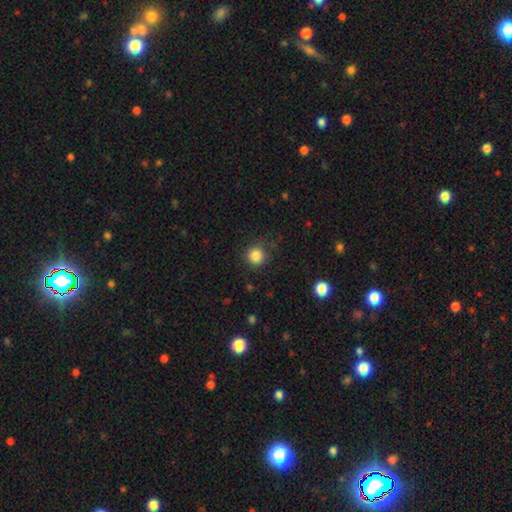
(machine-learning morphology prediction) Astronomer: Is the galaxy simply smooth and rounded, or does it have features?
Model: smooth — 84%.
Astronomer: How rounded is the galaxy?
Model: round — 93%.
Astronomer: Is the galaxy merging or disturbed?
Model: none — 86%.